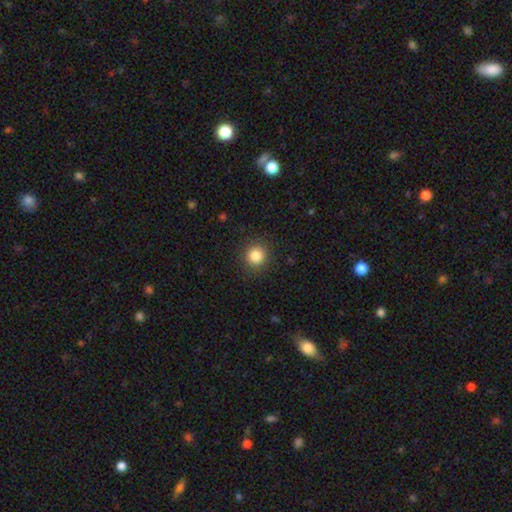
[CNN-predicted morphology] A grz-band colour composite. It shows a smooth galaxy with no disk features (84%) that is round (92%). Merging: none (90%).